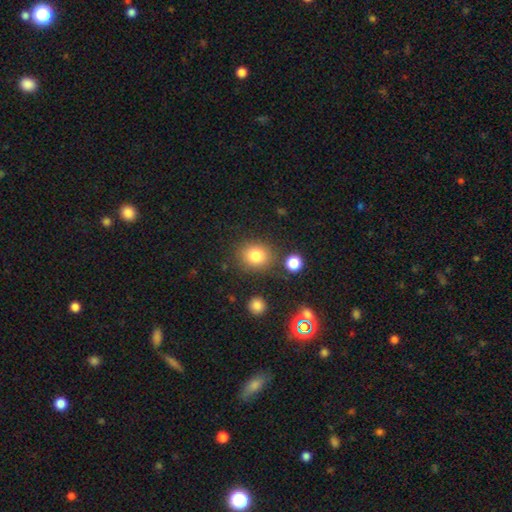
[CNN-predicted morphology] Smooth or featured: smooth — 82% (star or artifact — 11%)
How rounded: round — 74% (in between — 25%)
Merging: none — 80% (minor disturbance — 10%)